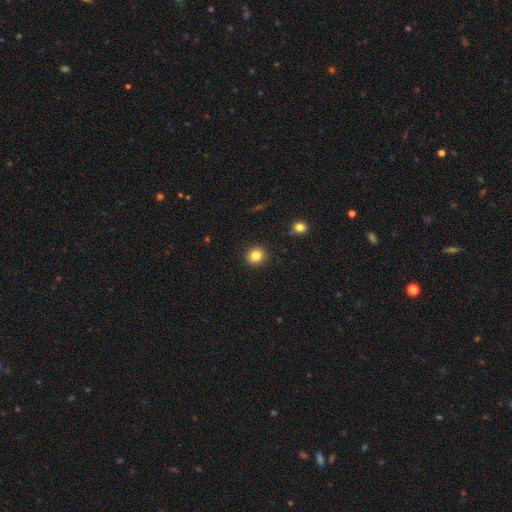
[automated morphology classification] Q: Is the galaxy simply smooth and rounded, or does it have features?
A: smooth — 84%.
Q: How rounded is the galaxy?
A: round — 86%.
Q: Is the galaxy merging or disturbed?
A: none — 92%.